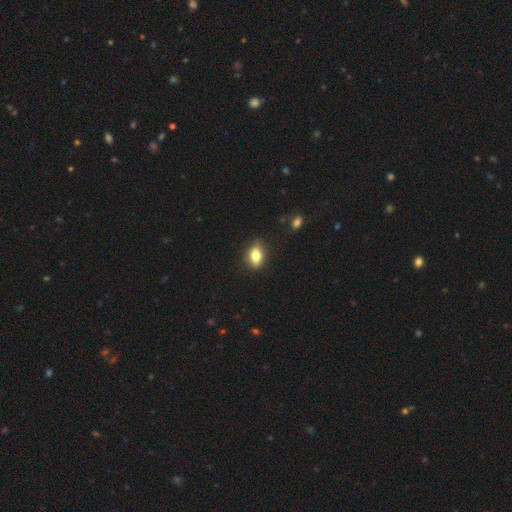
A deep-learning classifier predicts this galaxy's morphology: smooth_or_featured: smooth (p=0.76) [alt: featured or disk p=0.16]
how_rounded: in between (p=0.81) [alt: round p=0.13]
merging: none (p=0.85) [alt: minor disturbance p=0.11]